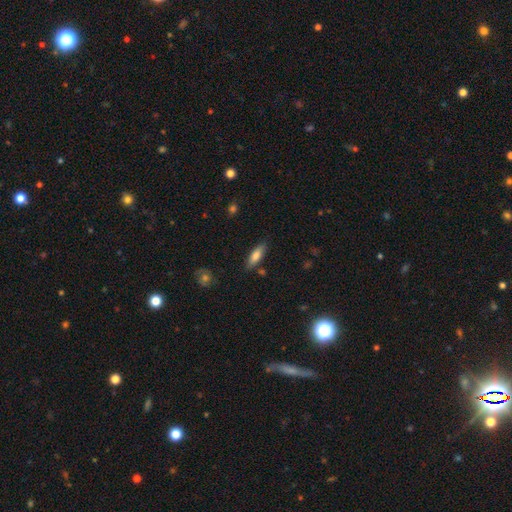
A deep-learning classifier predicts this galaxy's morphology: A smooth galaxy with no disk features (75%) that is in between round and cigar-shaped (50%).

Vote fractions:
- Smooth or featured? smooth: 75% / featured or disk: 19% / star or artifact: 6%
- How rounded? in between: 50% / cigar-shaped: 48% / round: 2%
- Merging? none: 82% / minor disturbance: 12% / merger: 3% / major disturbance: 3%